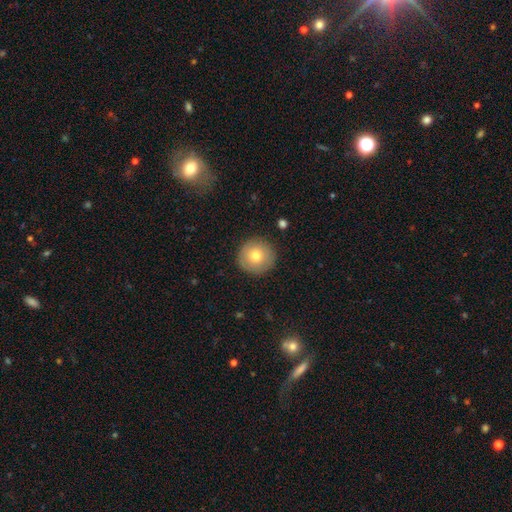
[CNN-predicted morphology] Smooth or featured? Predicted: smooth (p=0.76). How rounded? Predicted: round (p=0.96). Merging? Predicted: none (p=0.90).